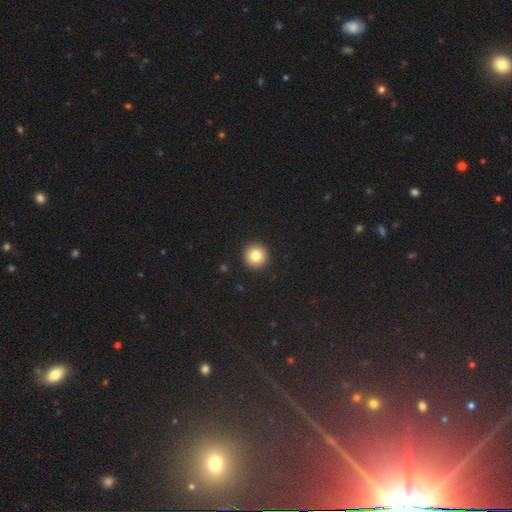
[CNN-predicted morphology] Smooth or featured?
  - smooth: 82% *
  - star or artifact: 10%
  - featured or disk: 8%
How rounded?
  - round: 96% *
  - in between: 3%
  - cigar-shaped: 1%
Merging?
  - none: 93% *
  - minor disturbance: 4%
  - major disturbance: 2%
  - merger: 1%